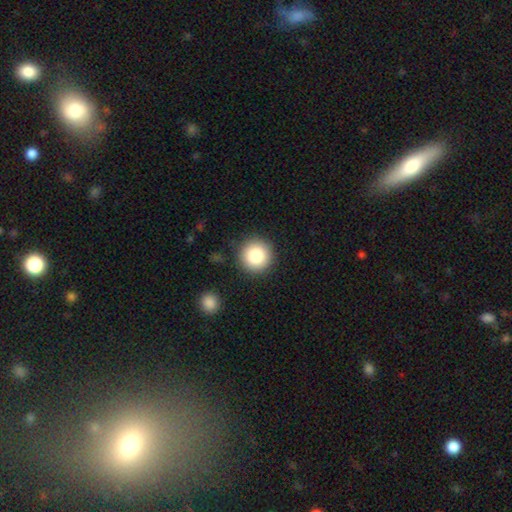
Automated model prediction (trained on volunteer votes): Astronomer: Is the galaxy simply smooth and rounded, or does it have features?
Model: smooth — 82%.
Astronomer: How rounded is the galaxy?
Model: round — 95%.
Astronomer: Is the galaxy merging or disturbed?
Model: none — 90%.